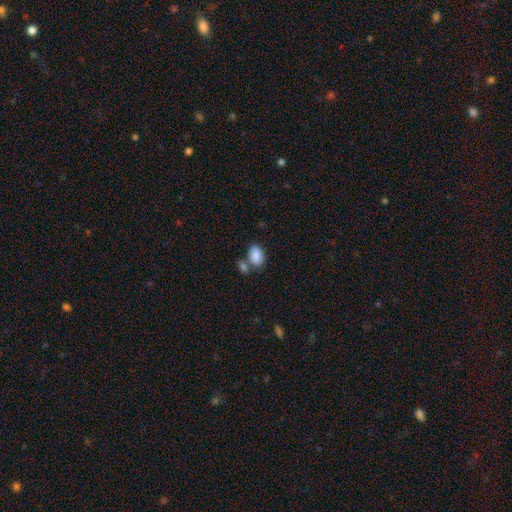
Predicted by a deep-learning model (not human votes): A smooth galaxy with no disk features (87%) that is in between round and cigar-shaped (86%).

Vote fractions:
- Smooth or featured? smooth: 87% / star or artifact: 7% / featured or disk: 6%
- How rounded? in between: 86% / round: 13% / cigar-shaped: 1%
- Merging? none: 51% / merger: 32% / minor disturbance: 13% / major disturbance: 4%